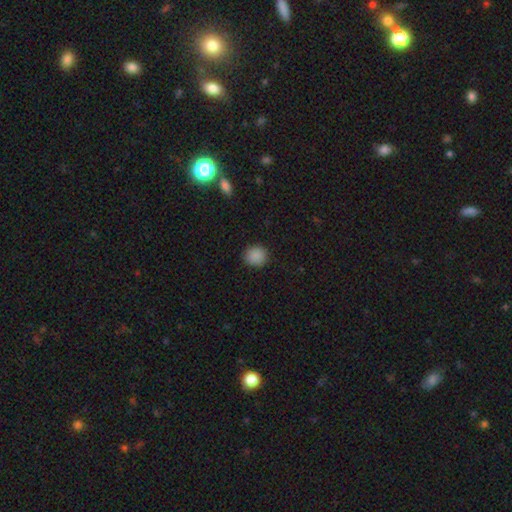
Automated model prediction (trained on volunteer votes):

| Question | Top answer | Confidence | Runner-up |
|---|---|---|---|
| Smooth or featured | smooth | 87% | star or artifact (9%) |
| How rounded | round | 88% | in between (11%) |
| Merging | none | 91% | minor disturbance (7%) |